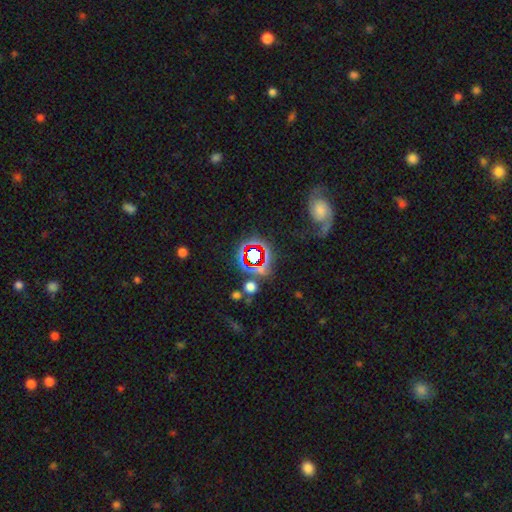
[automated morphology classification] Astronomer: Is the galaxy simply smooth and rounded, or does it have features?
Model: star or artifact — 66%.